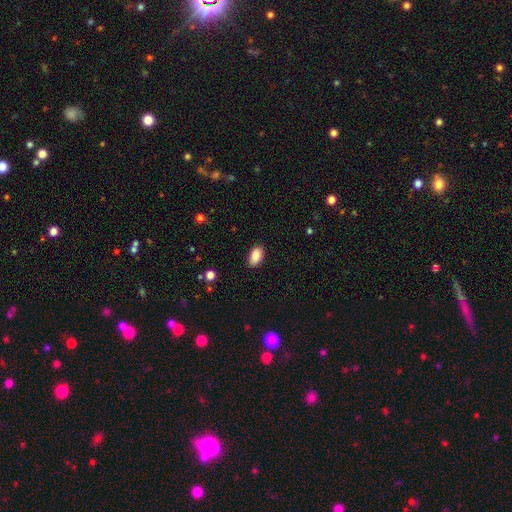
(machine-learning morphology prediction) Smooth or featured? Predicted: smooth (p=0.89). How rounded? Predicted: in between (p=0.94). Merging? Predicted: none (p=0.88).